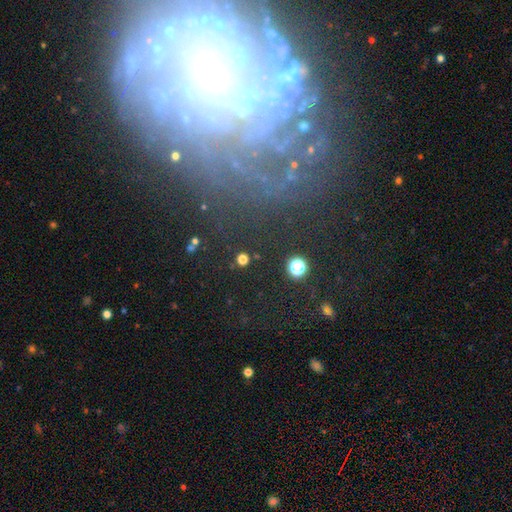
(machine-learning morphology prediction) Smooth or featured?
  - featured or disk: 76% *
  - star or artifact: 14%
  - smooth: 11%
Edge-on disk?
  - no: 96% *
  - yes: 4%
Bar?
  - no: 75% *
  - weak: 18%
  - strong: 7%
Spiral arms?
  - yes: 84% *
  - no: 16%
Spiral winding?
  - tight: 69% *
  - medium: 22%
  - loose: 9%
Spiral arm count?
  - can't tell: 42% *
  - more than 4: 23%
  - 4: 11%
  - 2: 10%
  - 3: 8%
  - 1: 7%
Bulge size?
  - small: 78% *
  - moderate: 13%
  - none: 6%
  - large: 2%
  - dominant: 1%
Merging?
  - none: 69% *
  - minor disturbance: 16%
  - major disturbance: 12%
  - merger: 3%